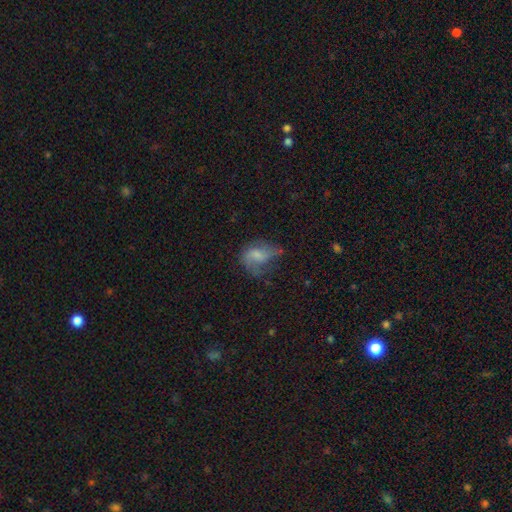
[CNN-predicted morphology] smooth-or-featured: smooth: 44% | featured or disk: 43% | star or artifact: 13%
  merging: none: 37% | major disturbance: 31% | minor disturbance: 29% | merger: 3%